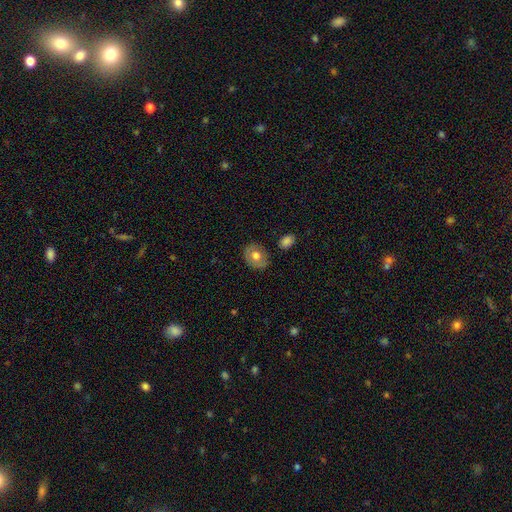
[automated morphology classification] Smooth or featured? Predicted: smooth (p=0.63). How rounded? Predicted: in between (p=0.50). Merging? Predicted: none (p=0.80).